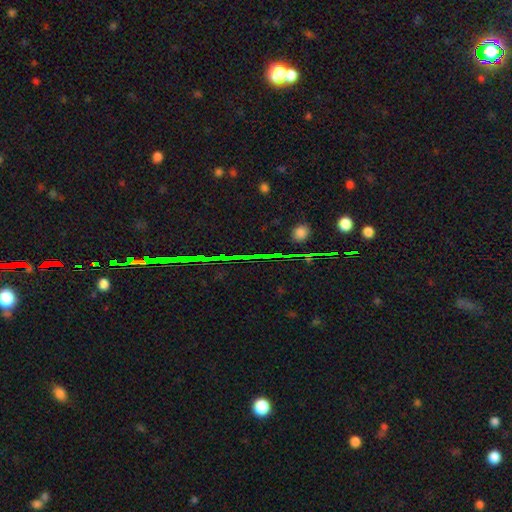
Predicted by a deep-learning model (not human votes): The model was most divided on "smooth or featured": star or artifact: 78%, smooth: 12%, featured or disk: 10%.